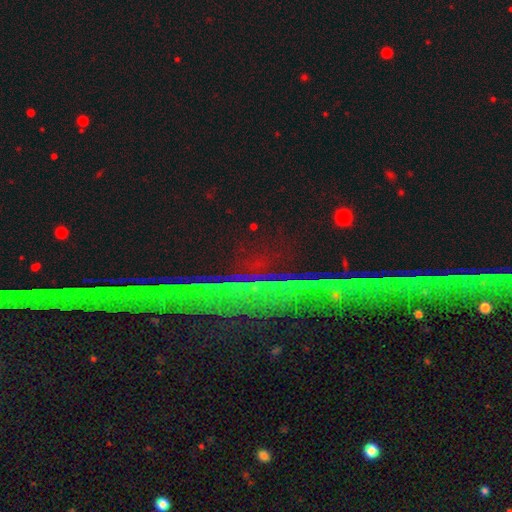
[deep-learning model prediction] Q: Smooth or featured?
A: star or artifact (80%); runner-up: featured or disk (12%)